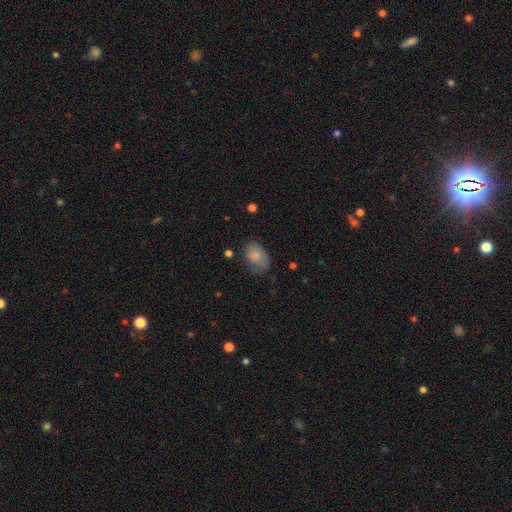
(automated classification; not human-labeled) A smooth galaxy with no disk features (80%) that is in between round and cigar-shaped (85%).

Vote fractions:
- Smooth or featured? smooth: 80% / featured or disk: 11% / star or artifact: 8%
- How rounded? in between: 85% / round: 14% / cigar-shaped: 1%
- Merging? none: 55% / minor disturbance: 31% / major disturbance: 12% / merger: 2%